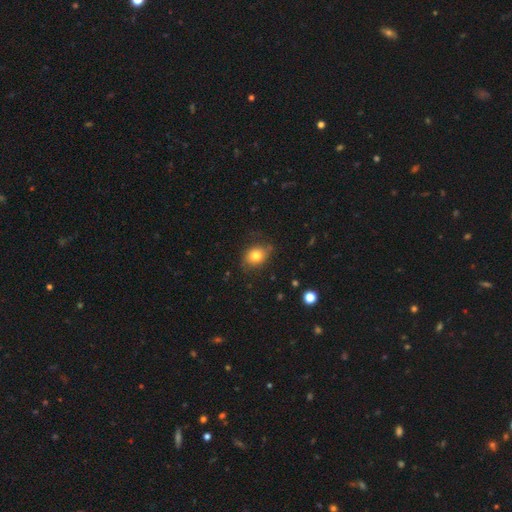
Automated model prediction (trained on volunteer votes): A smooth galaxy with no disk features (78%) that is in between round and cigar-shaped (53%). Merging: none (71%).